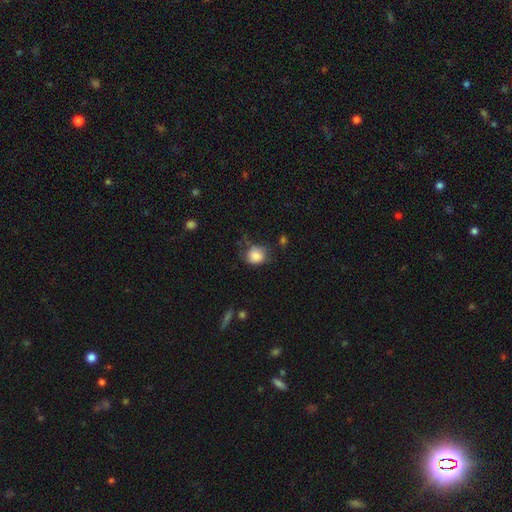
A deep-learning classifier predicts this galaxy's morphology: Smooth or featured?
  - smooth: 82% *
  - featured or disk: 9%
  - star or artifact: 9%
How rounded?
  - round: 70% *
  - in between: 29%
  - cigar-shaped: 1%
Merging?
  - none: 53% *
  - minor disturbance: 30%
  - major disturbance: 13%
  - merger: 4%